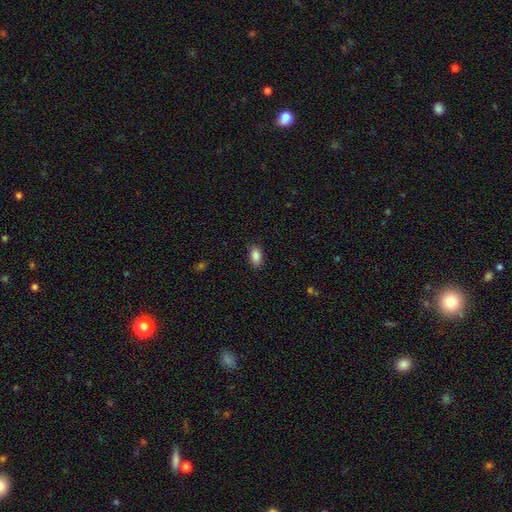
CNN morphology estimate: Q: Smooth or featured?
A: smooth (88%); runner-up: star or artifact (8%)
Q: How rounded?
A: in between (91%); runner-up: round (5%)
Q: Merging?
A: none (86%); runner-up: minor disturbance (10%)